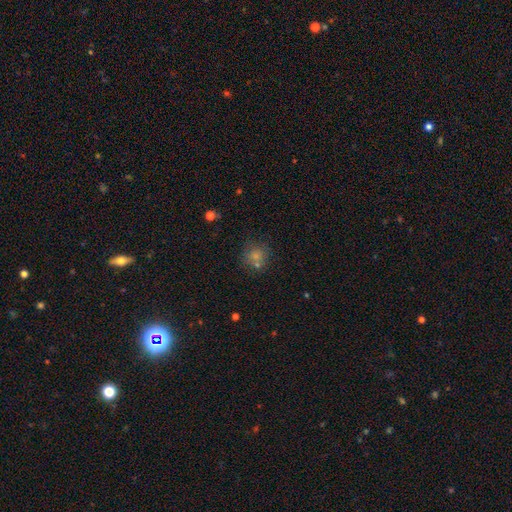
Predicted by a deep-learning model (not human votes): Smooth or featured?
  - smooth: 59% *
  - star or artifact: 29%
  - featured or disk: 12%
How rounded?
  - round: 89% *
  - in between: 10%
  - cigar-shaped: 1%
Merging?
  - none: 74% *
  - minor disturbance: 11%
  - merger: 11%
  - major disturbance: 4%